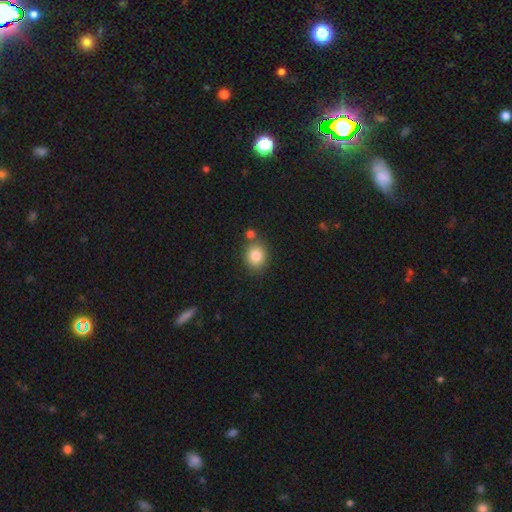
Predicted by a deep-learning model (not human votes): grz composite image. It shows a smooth galaxy with no disk features (85%) that is round (64%). Merging: none (73%).